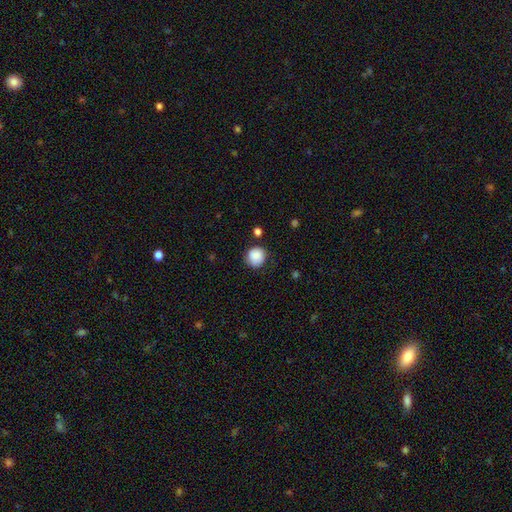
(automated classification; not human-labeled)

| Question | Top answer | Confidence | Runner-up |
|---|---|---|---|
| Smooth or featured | smooth | 86% | star or artifact (8%) |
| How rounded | round | 90% | in between (9%) |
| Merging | none | 76% | minor disturbance (17%) |